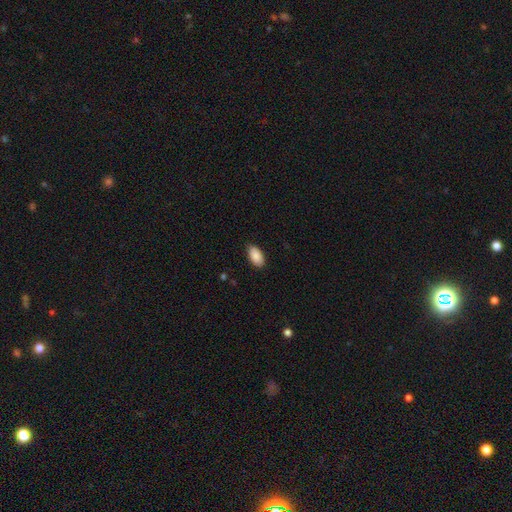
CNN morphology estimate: A smooth galaxy with no disk features (89%) that is in between round and cigar-shaped (95%).

Vote fractions:
- Smooth or featured? smooth: 89% / star or artifact: 6% / featured or disk: 4%
- How rounded? in between: 95% / cigar-shaped: 2% / round: 2%
- Merging? none: 86% / minor disturbance: 11% / major disturbance: 2% / merger: 1%